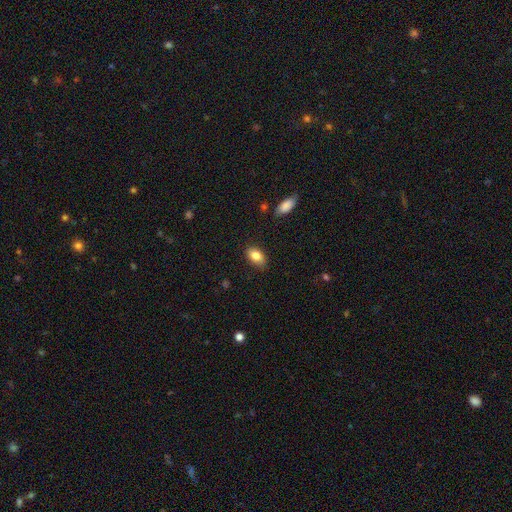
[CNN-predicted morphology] smooth_or_featured: smooth (p=0.83) [alt: featured or disk p=0.09]
how_rounded: in between (p=0.89) [alt: round p=0.09]
merging: none (p=0.83) [alt: minor disturbance p=0.13]